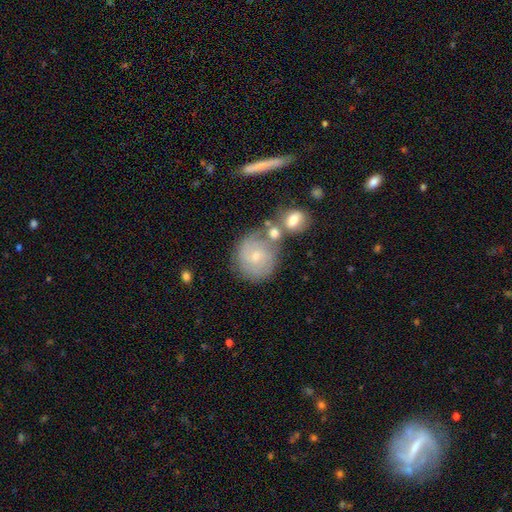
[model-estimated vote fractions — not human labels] Smooth or featured?
  - featured or disk: 61% *
  - smooth: 30%
  - star or artifact: 8%
Edge-on disk?
  - no: 97% *
  - yes: 3%
Bar?
  - no: 68% *
  - weak: 27%
  - strong: 5%
Spiral arms?
  - yes: 87% *
  - no: 13%
Spiral winding?
  - tight: 60% *
  - medium: 31%
  - loose: 9%
Spiral arm count?
  - 2: 39% *
  - can't tell: 33%
  - 3: 15%
  - 4: 5%
  - 1: 4%
  - more than 4: 3%
Bulge size?
  - small: 68% *
  - moderate: 26%
  - none: 3%
  - large: 1%
  - dominant: 1%
Merging?
  - none: 55% *
  - merger: 22%
  - minor disturbance: 16%
  - major disturbance: 7%